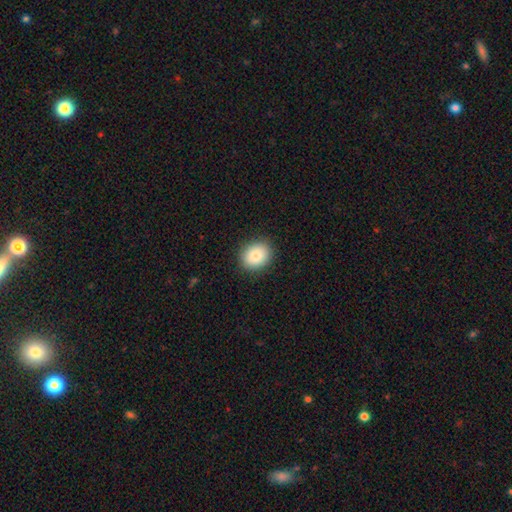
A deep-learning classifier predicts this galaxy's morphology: A smooth galaxy with no disk features (85%) that is round (56%). Merging: none (89%).